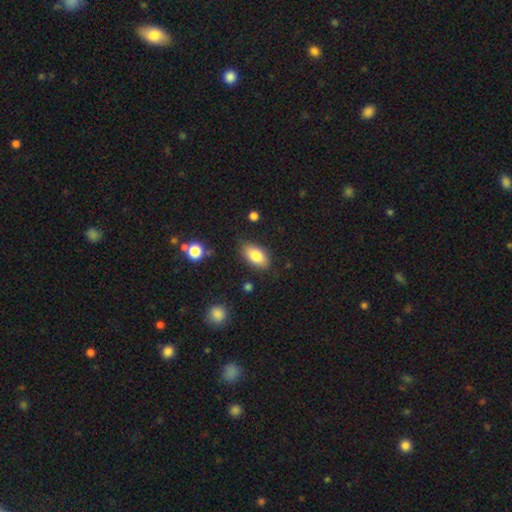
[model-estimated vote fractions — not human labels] Smooth or featured: smooth — 82% (featured or disk — 11%)
How rounded: in between — 91% (round — 5%)
Merging: none — 82% (minor disturbance — 13%)